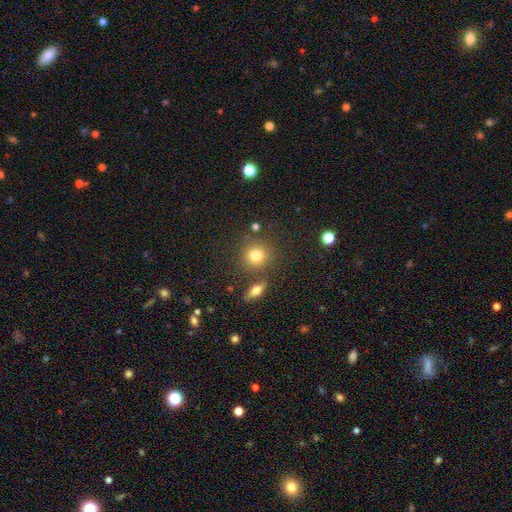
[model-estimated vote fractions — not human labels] Smooth or featured? Predicted: smooth (p=0.79). How rounded? Predicted: round (p=0.84). Merging? Predicted: none (p=0.75).